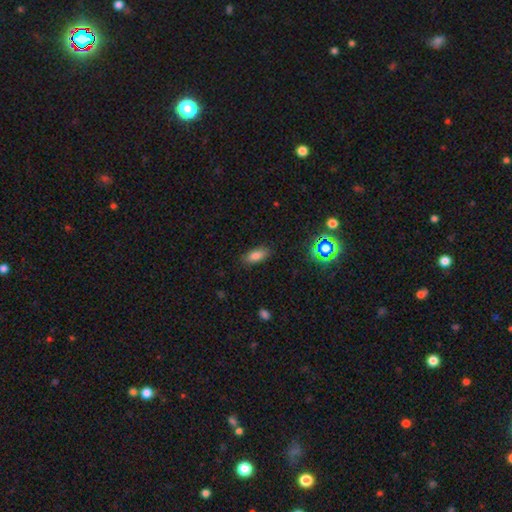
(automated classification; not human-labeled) Smooth or featured: smooth — 81% (star or artifact — 12%)
How rounded: in between — 82% (cigar-shaped — 15%)
Merging: none — 86% (minor disturbance — 10%)